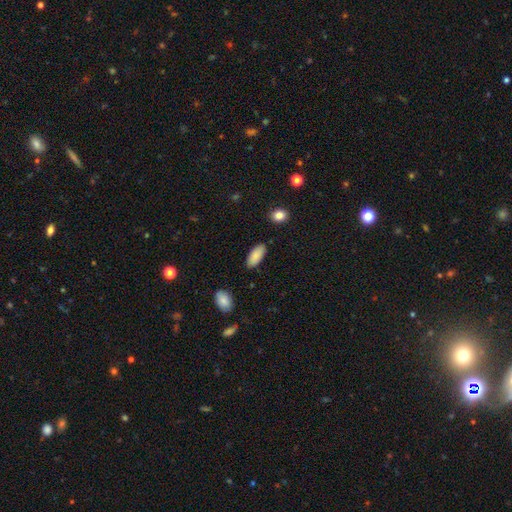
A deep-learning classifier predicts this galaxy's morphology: A smooth galaxy with no disk features (88%) that is in between round and cigar-shaped (88%). Merging: none (86%).